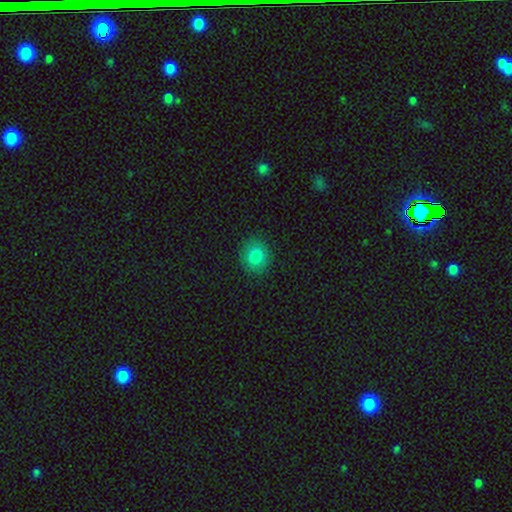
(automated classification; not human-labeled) smooth 82%, star or artifact 10%, featured or disk 8%. Down the decision tree: how rounded — round (76%); merging — none (89%).